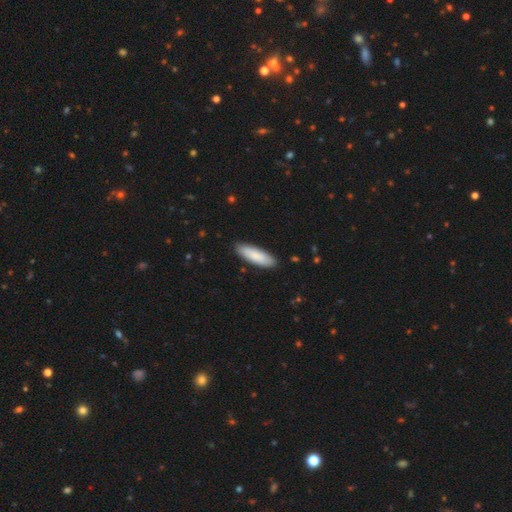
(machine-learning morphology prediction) Q: Smooth or featured?
A: smooth (86%); runner-up: featured or disk (9%)
Q: How rounded?
A: cigar-shaped (53%); runner-up: in between (45%)
Q: Merging?
A: none (89%); runner-up: minor disturbance (9%)